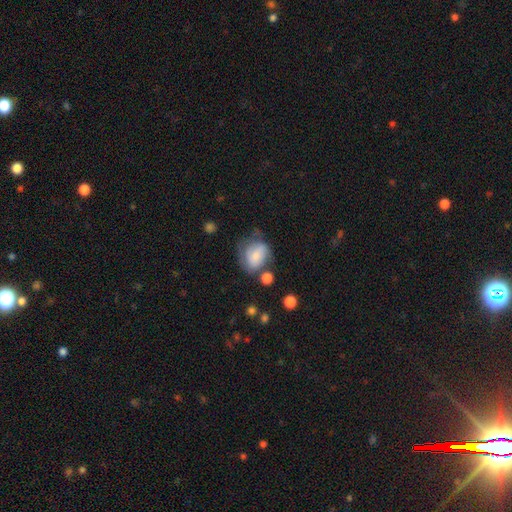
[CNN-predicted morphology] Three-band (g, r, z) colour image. It shows a smooth galaxy with no disk features (65%) that is in between round and cigar-shaped (53%). Merging: none (41%).